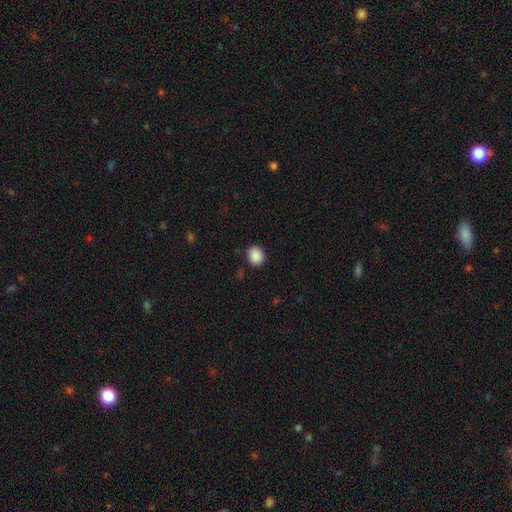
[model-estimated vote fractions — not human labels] Morphology: type=smooth (89%); roundness=round (63%); merging=none (87%).